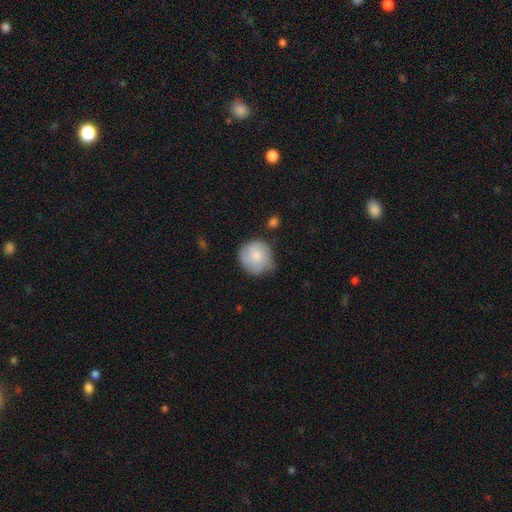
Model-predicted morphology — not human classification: Smooth or featured? Predicted: smooth (p=0.76). How rounded? Predicted: round (p=0.89). Merging? Predicted: none (p=0.57).